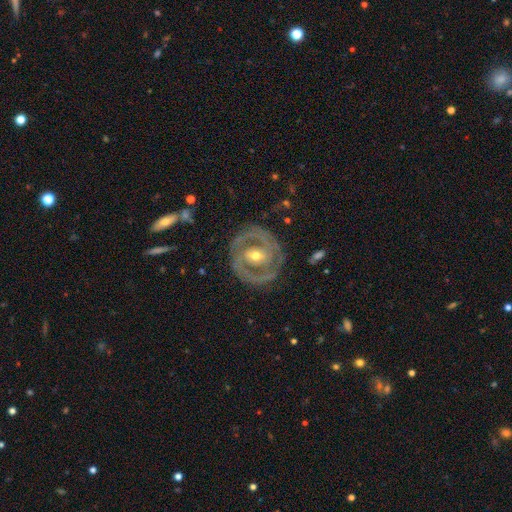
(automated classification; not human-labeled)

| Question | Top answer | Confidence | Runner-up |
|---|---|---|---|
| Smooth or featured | featured or disk | 85% | smooth (11%) |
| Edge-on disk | no | 97% | yes (3%) |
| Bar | no | 41% | weak (37%) |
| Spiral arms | yes | 81% | no (19%) |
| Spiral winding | tight | 60% | medium (32%) |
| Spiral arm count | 2 | 71% | can't tell (13%) |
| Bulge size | moderate | 65% | small (29%) |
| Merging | none | 80% | minor disturbance (13%) |